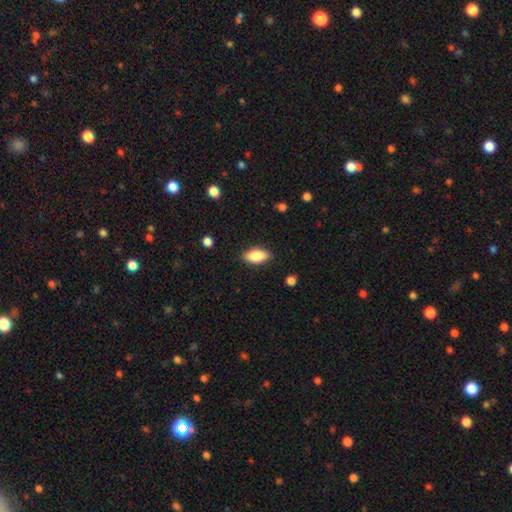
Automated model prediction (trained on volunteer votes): Morphology: type=smooth (78%); roundness=in between (86%); merging=none (87%).